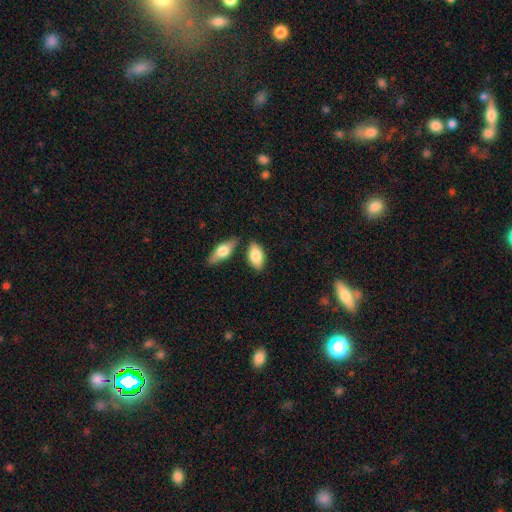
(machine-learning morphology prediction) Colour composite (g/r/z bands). It shows a smooth galaxy with no disk features (80%) that is in between round and cigar-shaped (90%). Merging: none (73%).